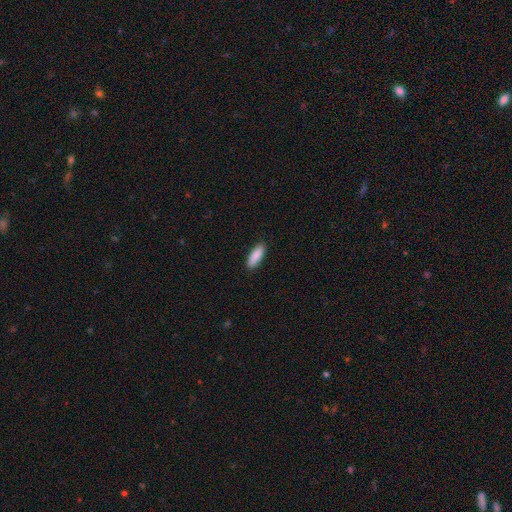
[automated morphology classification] smooth 89%, star or artifact 6%, featured or disk 6%. Down the decision tree: how rounded — in between (59%); merging — none (88%).